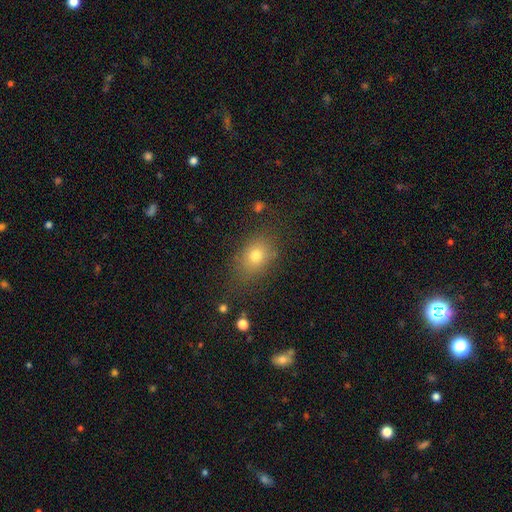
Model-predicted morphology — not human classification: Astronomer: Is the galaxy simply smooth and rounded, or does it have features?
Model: smooth — 74%.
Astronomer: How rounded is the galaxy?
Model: in between — 65%.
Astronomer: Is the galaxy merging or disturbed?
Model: none — 74%.